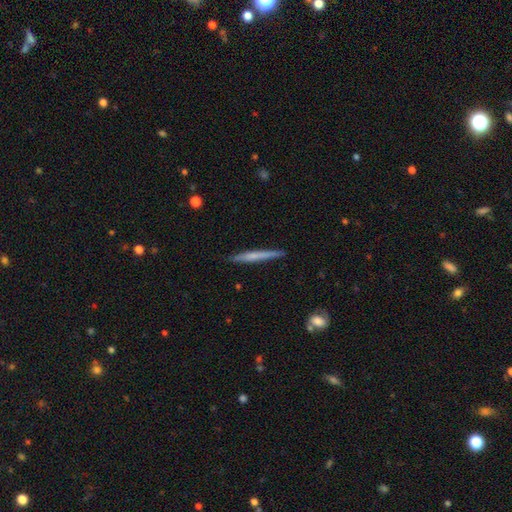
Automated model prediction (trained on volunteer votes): The model was most divided on "smooth or featured": smooth: 50%, featured or disk: 44%, star or artifact: 6%. More confident: how rounded — cigar-shaped (96%); merging — none (88%).